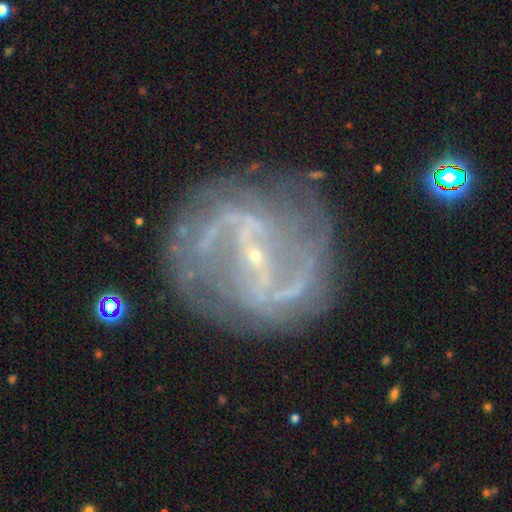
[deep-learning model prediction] Q: Smooth or featured?
A: featured or disk (88%); runner-up: star or artifact (7%)
Q: Edge-on disk?
A: no (96%); runner-up: yes (4%)
Q: Bar?
A: strong (59%); runner-up: weak (29%)
Q: Spiral arms?
A: yes (91%); runner-up: no (9%)
Q: Spiral winding?
A: medium (43%); runner-up: tight (33%)
Q: Spiral arm count?
A: 2 (54%); runner-up: can't tell (21%)
Q: Bulge size?
A: small (88%); runner-up: moderate (7%)
Q: Merging?
A: none (72%); runner-up: minor disturbance (15%)